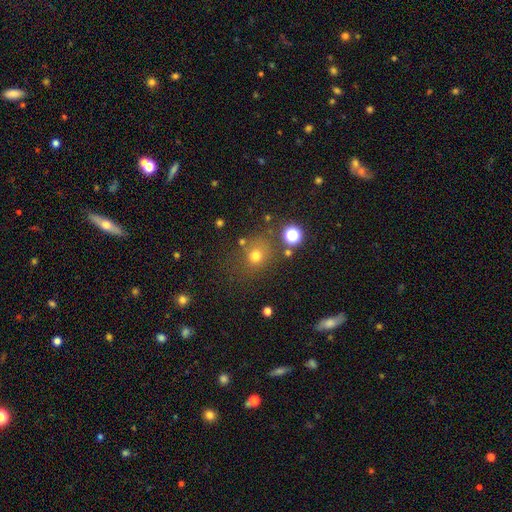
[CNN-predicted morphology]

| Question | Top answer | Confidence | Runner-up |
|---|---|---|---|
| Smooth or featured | smooth | 69% | star or artifact (21%) |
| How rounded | round | 79% | in between (20%) |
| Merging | none | 71% | minor disturbance (14%) |